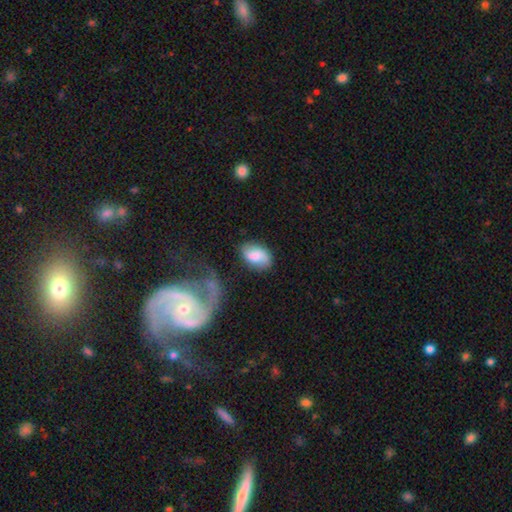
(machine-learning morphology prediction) A smooth galaxy with no disk features (74%) that is in between round and cigar-shaped (89%).

Vote fractions:
- Smooth or featured? smooth: 74% / featured or disk: 19% / star or artifact: 8%
- How rounded? in between: 89% / round: 10% / cigar-shaped: 2%
- Merging? none: 68% / minor disturbance: 21% / major disturbance: 6% / merger: 5%